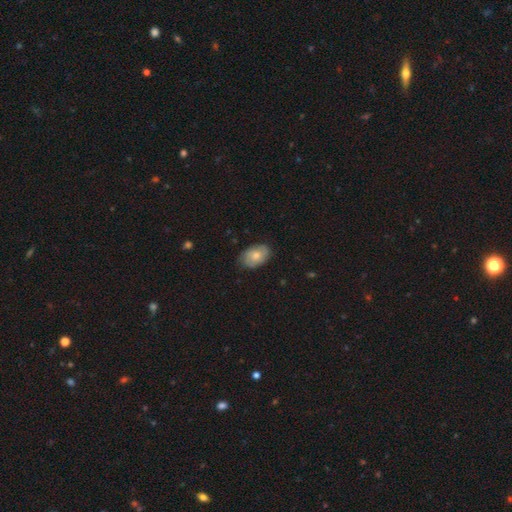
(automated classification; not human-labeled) The model was most divided on "smooth or featured": smooth: 65%, featured or disk: 28%, star or artifact: 7%. More confident: how rounded — in between (86%); merging — none (78%).